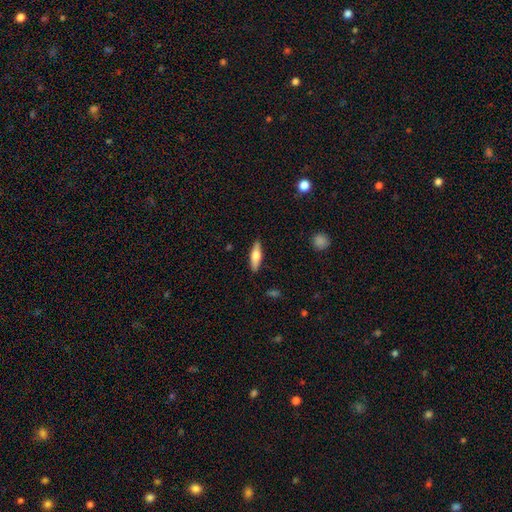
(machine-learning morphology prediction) This appears to be a smooth galaxy with no disk features (58%) that is cigar-shaped (54%). Merging: none (88%).